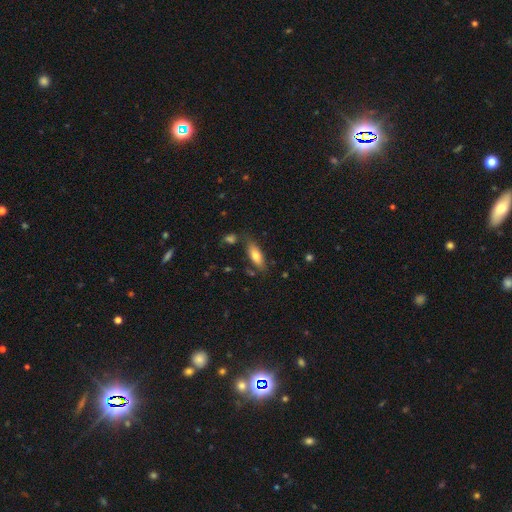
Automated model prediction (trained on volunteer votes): Overall: smooth (73%). How rounded: in between (68%; cigar-shaped 30%). Merging: none (74%).